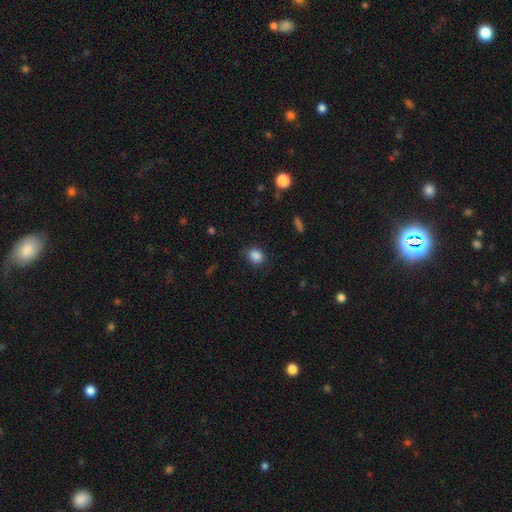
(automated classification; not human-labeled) Smooth or featured?
  - smooth: 86% *
  - star or artifact: 10%
  - featured or disk: 4%
How rounded?
  - round: 66% *
  - in between: 33%
  - cigar-shaped: 1%
Merging?
  - none: 81% *
  - minor disturbance: 14%
  - major disturbance: 4%
  - merger: 1%